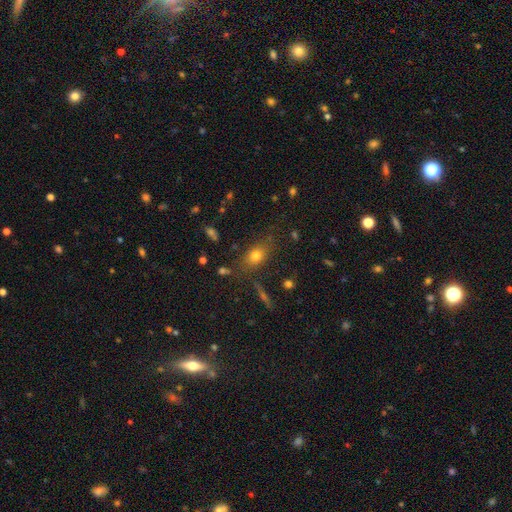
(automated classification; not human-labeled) smooth_or_featured: smooth (p=0.74) [alt: star or artifact p=0.14]
how_rounded: in between (p=0.69) [alt: round p=0.26]
merging: none (p=0.75) [alt: minor disturbance p=0.15]